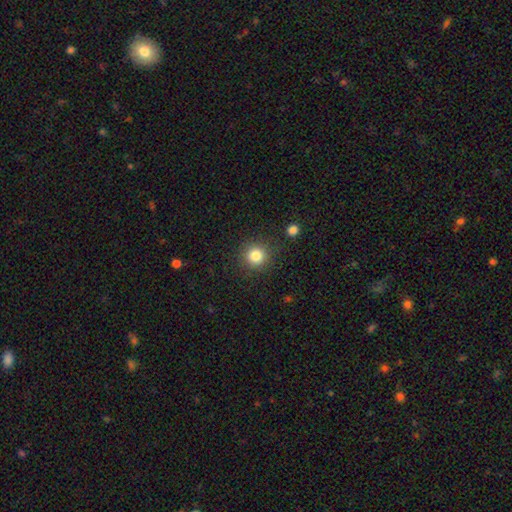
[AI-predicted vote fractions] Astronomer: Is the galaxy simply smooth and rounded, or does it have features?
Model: smooth — 83%.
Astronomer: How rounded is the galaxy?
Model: round — 94%.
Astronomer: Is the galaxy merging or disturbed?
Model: none — 88%.